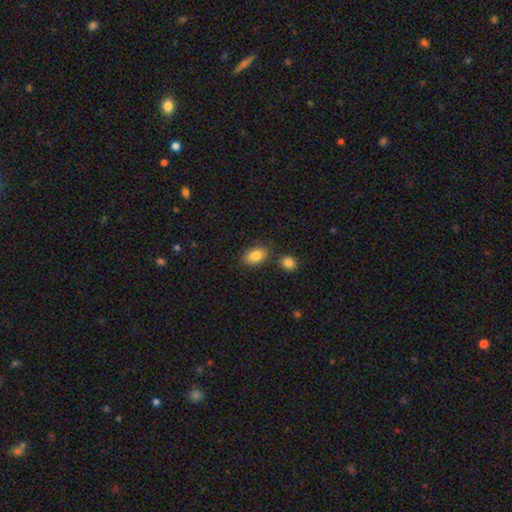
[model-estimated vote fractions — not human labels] The model was most divided on "merging": none: 76%, minor disturbance: 12%, merger: 9%, major disturbance: 3%. More confident: how rounded — in between (87%); smooth or featured — smooth (85%).